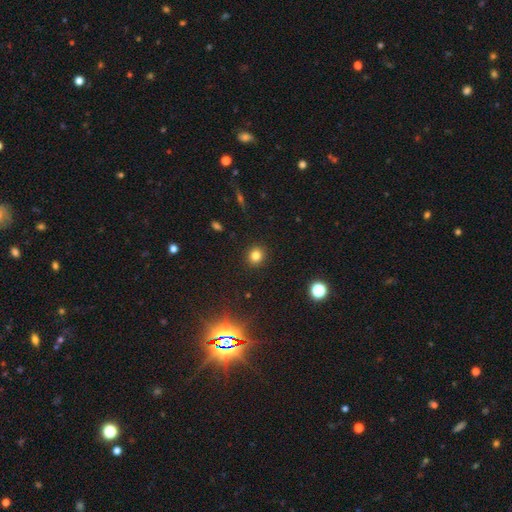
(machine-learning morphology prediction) Q: Smooth or featured?
A: smooth (81%); runner-up: star or artifact (13%)
Q: How rounded?
A: round (86%); runner-up: in between (13%)
Q: Merging?
A: none (91%); runner-up: minor disturbance (5%)